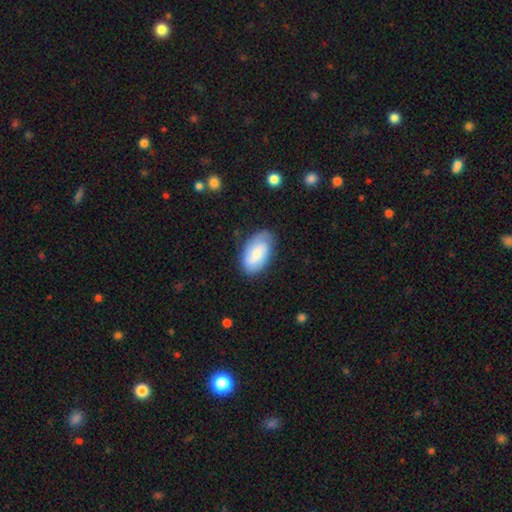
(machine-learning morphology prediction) Smooth or featured? smooth (59%)
How rounded? in between (93%)
Merging? none (76%)